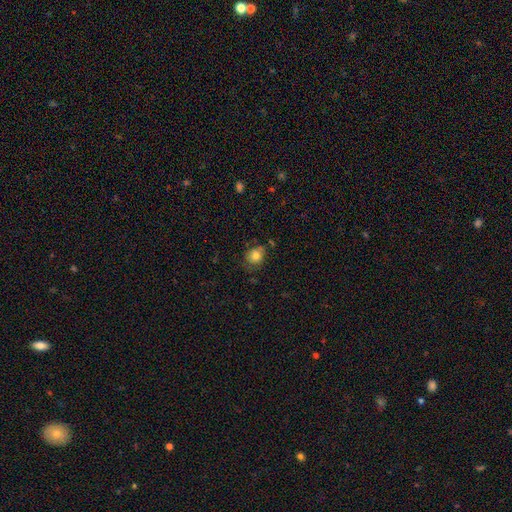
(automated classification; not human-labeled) smooth-or-featured: smooth: 79% | star or artifact: 10% | featured or disk: 10%
  how-rounded: round: 72% | in between: 27% | cigar-shaped: 1%
  merging: none: 65% | minor disturbance: 23% | major disturbance: 7% | merger: 4%